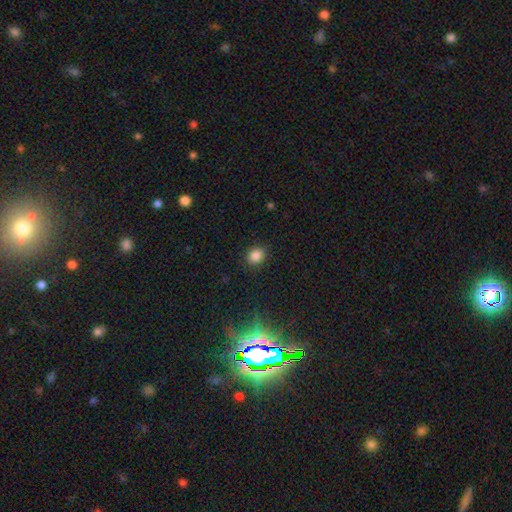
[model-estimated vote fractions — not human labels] smooth_or_featured: smooth (p=0.85) [alt: star or artifact p=0.11]
how_rounded: round (p=0.66) [alt: in between p=0.33]
merging: none (p=0.89) [alt: minor disturbance p=0.08]